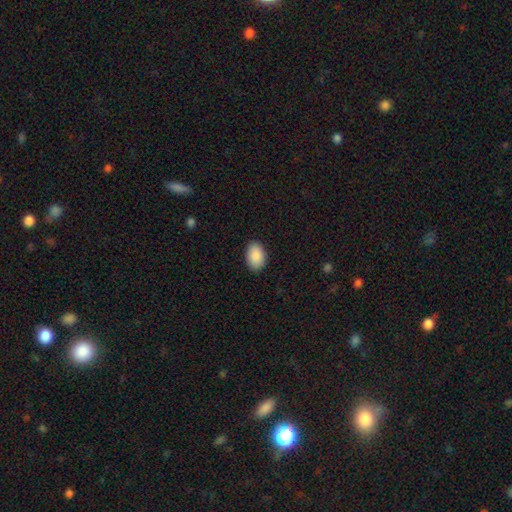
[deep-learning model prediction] Overall: smooth (91%). How rounded: in between (90%). Merging: none (89%).